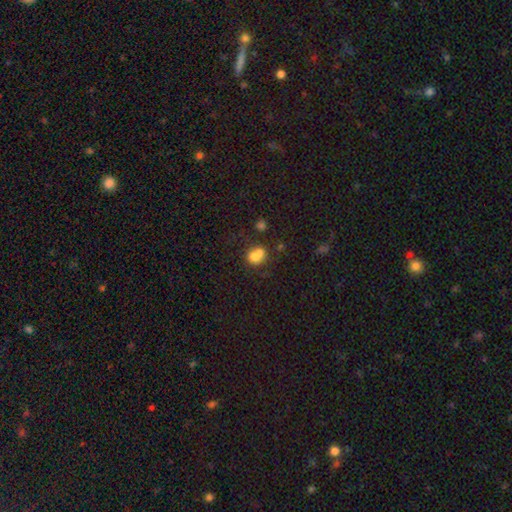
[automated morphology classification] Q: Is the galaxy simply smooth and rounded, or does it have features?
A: smooth — 73%.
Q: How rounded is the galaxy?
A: round — 68%.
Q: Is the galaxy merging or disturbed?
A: merger — 54%.